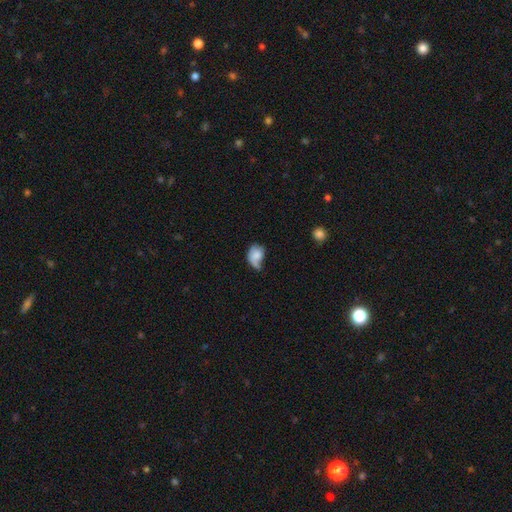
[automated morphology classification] Overall: smooth (67%). How rounded: in between (64%; round 34%). Merging: minor disturbance (33%; major disturbance 31%).